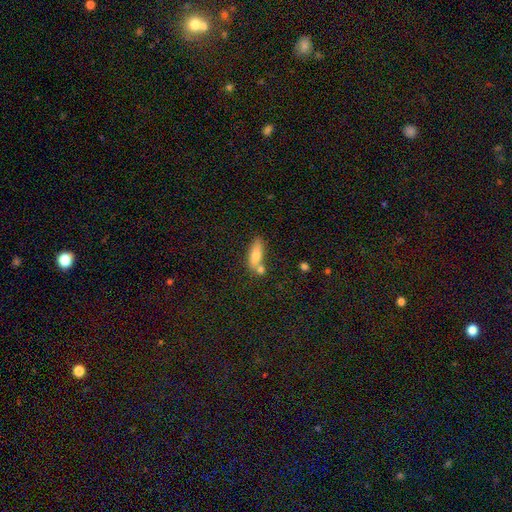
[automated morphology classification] smooth-or-featured: smooth: 75% | featured or disk: 16% | star or artifact: 8%
  how-rounded: in between: 61% | cigar-shaped: 36% | round: 3%
  merging: none: 54% | merger: 24% | minor disturbance: 16% | major disturbance: 5%